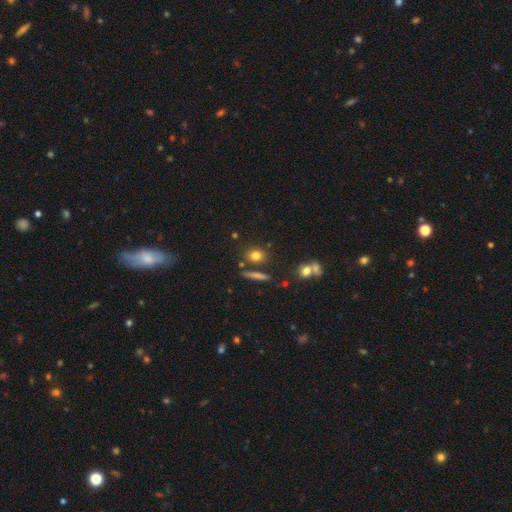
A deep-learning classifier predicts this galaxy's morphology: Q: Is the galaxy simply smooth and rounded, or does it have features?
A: smooth — 78%.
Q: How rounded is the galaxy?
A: round — 63%.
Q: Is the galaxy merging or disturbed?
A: none — 74%.